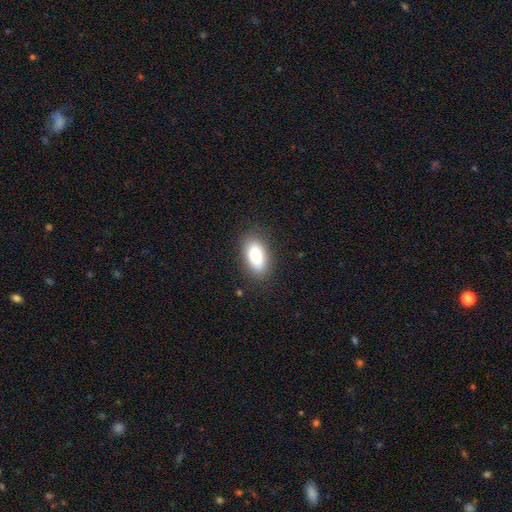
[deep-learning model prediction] A smooth galaxy with no disk features (80%) that is in between round and cigar-shaped (90%). Merging: none (85%).